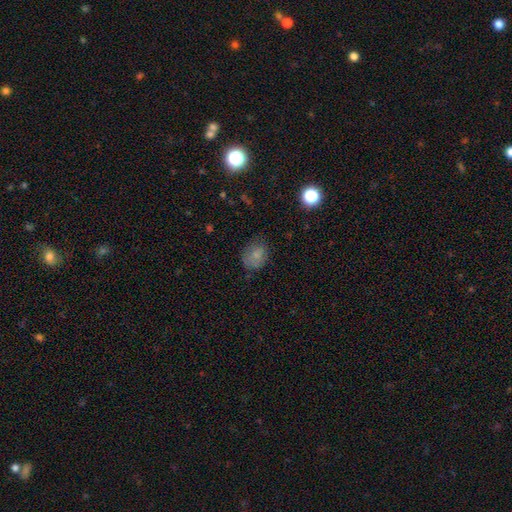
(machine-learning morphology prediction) The model was most divided on "how rounded": round: 52%, in between: 47%, cigar-shaped: 1%. More confident: smooth or featured — smooth (74%); merging — none (64%).